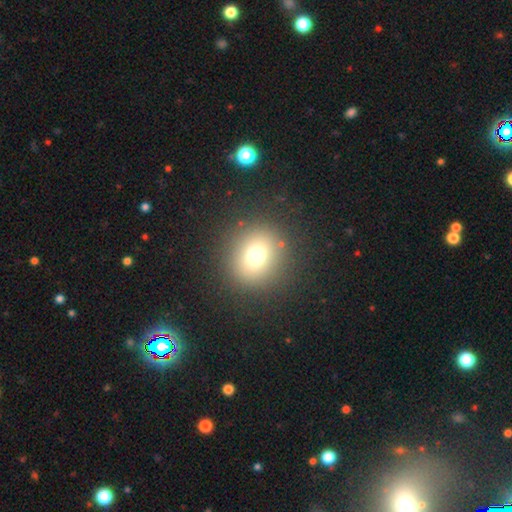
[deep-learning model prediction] A smooth galaxy with no disk features (70%) that is round (85%).

Vote fractions:
- Smooth or featured? smooth: 70% / star or artifact: 19% / featured or disk: 11%
- How rounded? round: 85% / in between: 14% / cigar-shaped: 1%
- Merging? none: 87% / minor disturbance: 7% / major disturbance: 4% / merger: 2%